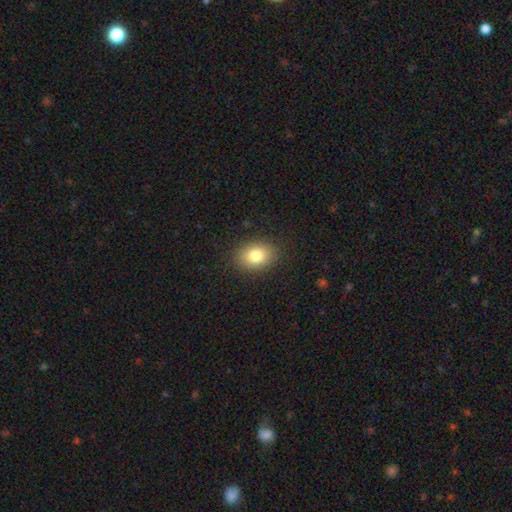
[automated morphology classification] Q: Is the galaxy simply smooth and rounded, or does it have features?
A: smooth — 81%.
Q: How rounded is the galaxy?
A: in between — 65%.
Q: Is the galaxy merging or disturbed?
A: none — 87%.